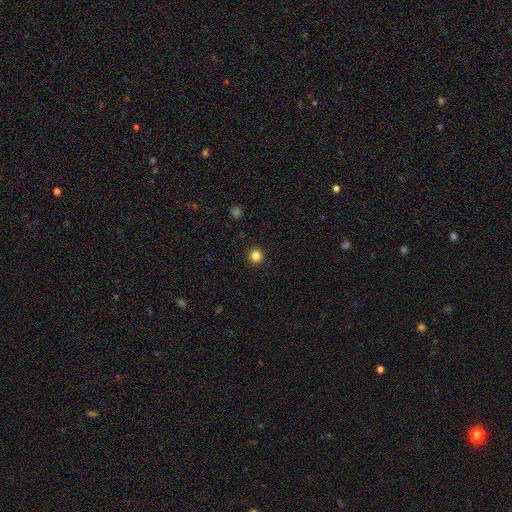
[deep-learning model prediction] Smooth or featured? Predicted: smooth (p=0.84). How rounded? Predicted: round (p=0.95). Merging? Predicted: none (p=0.93).